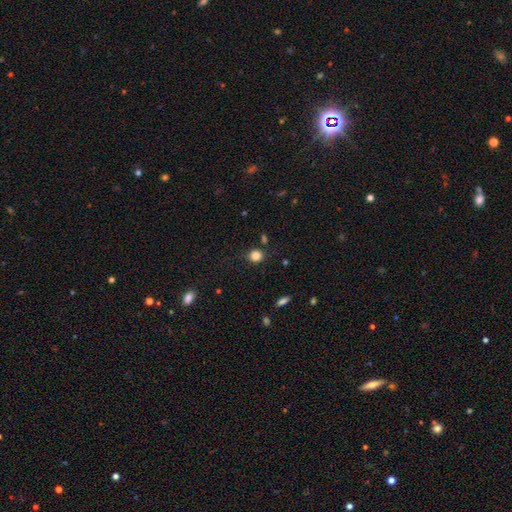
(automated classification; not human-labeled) Smooth or featured: smooth — 82% (star or artifact — 13%)
How rounded: round — 80% (in between — 19%)
Merging: none — 82% (minor disturbance — 12%)